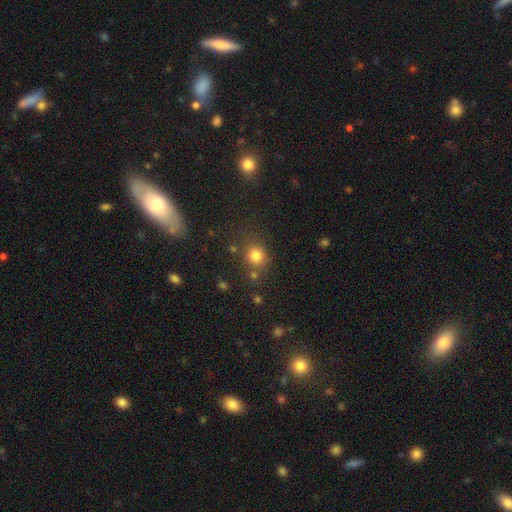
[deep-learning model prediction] Morphology: type=smooth (79%); roundness=round (80%); merging=none (71%).